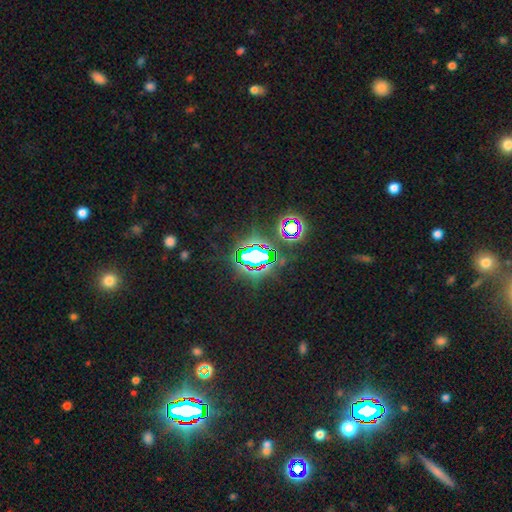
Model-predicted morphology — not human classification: type=star or artifact (82%).